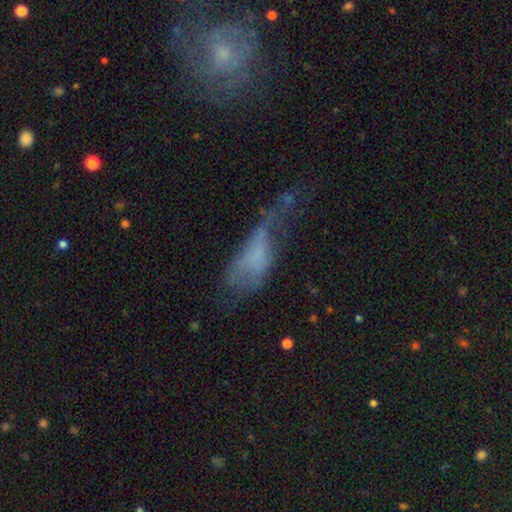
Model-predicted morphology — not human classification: A smooth galaxy with no disk features (50%).

Vote fractions:
- Smooth or featured? smooth: 50% / featured or disk: 36% / star or artifact: 15%
- Merging? major disturbance: 51% / minor disturbance: 22% / none: 19% / merger: 8%